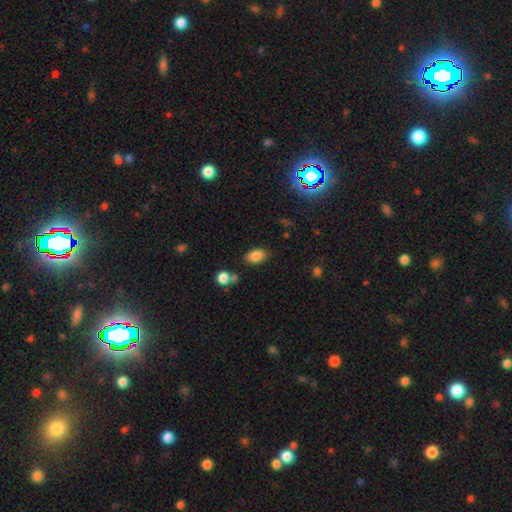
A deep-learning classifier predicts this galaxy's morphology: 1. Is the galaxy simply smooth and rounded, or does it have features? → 84% smooth, 10% star or artifact, 6% featured or disk.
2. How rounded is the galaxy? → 89% in between, 9% round, 2% cigar-shaped.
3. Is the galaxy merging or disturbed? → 79% none, 12% minor disturbance, 5% merger, 3% major disturbance.